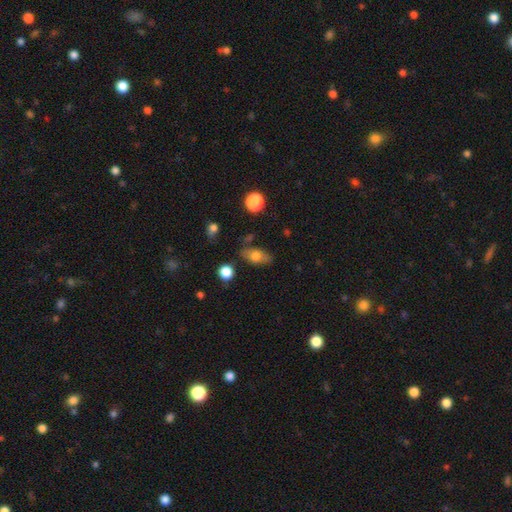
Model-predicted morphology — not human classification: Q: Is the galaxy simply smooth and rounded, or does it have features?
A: smooth — 71%.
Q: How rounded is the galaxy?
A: in between — 82%.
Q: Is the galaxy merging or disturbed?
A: none — 73%.